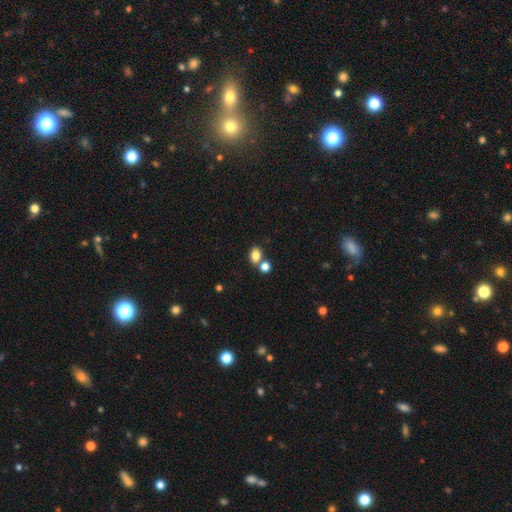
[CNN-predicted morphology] This is clearly a smooth galaxy (82%). How rounded: likely in between (71%). Merging: possibly none (55%).